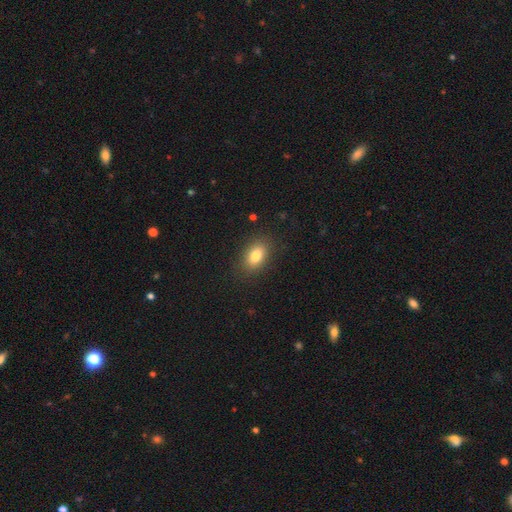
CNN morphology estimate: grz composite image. It shows a smooth galaxy with no disk features (81%) that is in between round and cigar-shaped (84%). Merging: none (86%).